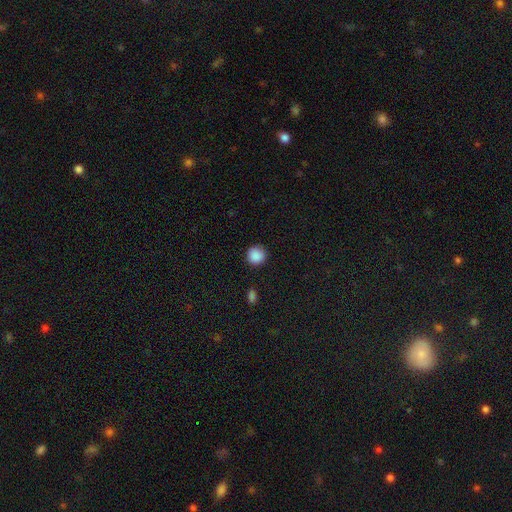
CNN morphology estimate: Overall: smooth (88%). How rounded: round (93%). Merging: none (89%).